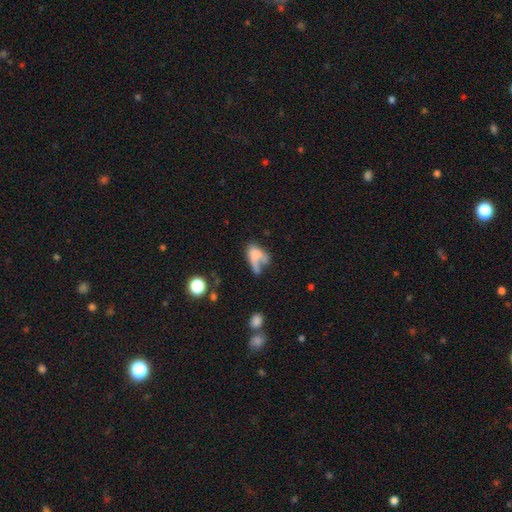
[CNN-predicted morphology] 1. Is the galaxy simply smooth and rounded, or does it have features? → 58% smooth, 30% featured or disk, 12% star or artifact.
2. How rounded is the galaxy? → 79% in between, 12% round, 8% cigar-shaped.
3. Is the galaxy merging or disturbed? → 33% major disturbance, 28% merger, 22% none, 16% minor disturbance.